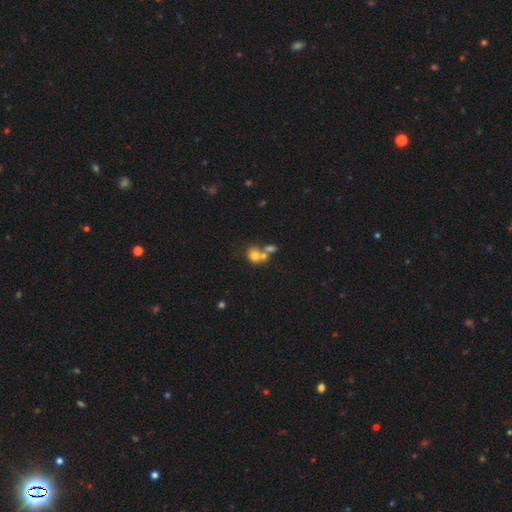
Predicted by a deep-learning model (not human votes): This appears to be a smooth galaxy with no disk features (70%) that is round (59%). Merging: merger (53%).